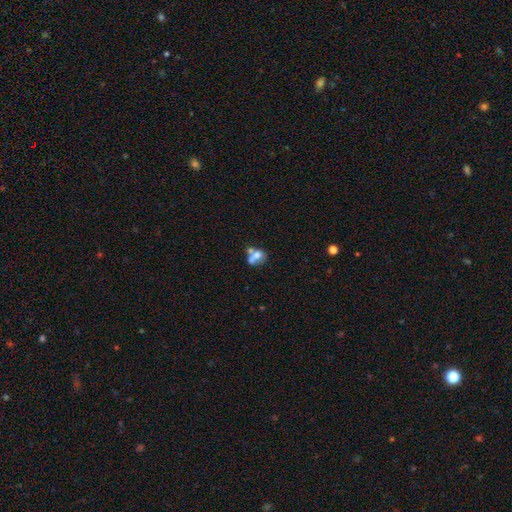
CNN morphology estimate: This appears to be a smooth galaxy with no disk features (61%) that is in between round and cigar-shaped (57%). Merging: merger (54%).